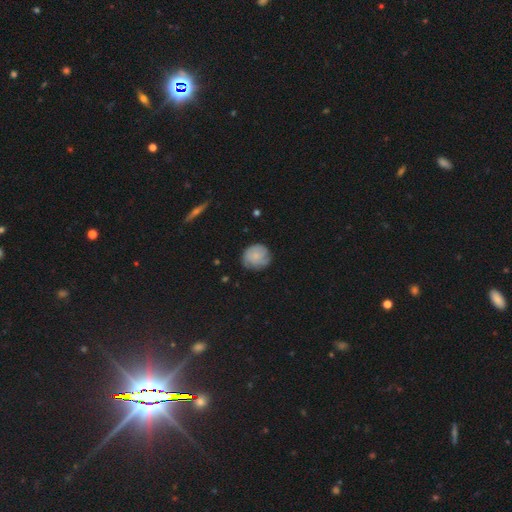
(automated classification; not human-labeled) Overall: smooth (51%; featured or disk 41%). How rounded: round (82%). Merging: none (70%).